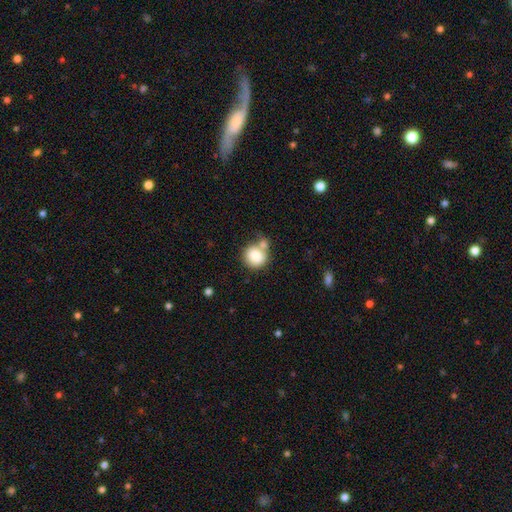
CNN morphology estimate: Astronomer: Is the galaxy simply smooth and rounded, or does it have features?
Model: smooth — 83%.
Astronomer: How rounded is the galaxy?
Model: round — 86%.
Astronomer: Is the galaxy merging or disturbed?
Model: none — 47% (runner-up: merger, 33%).